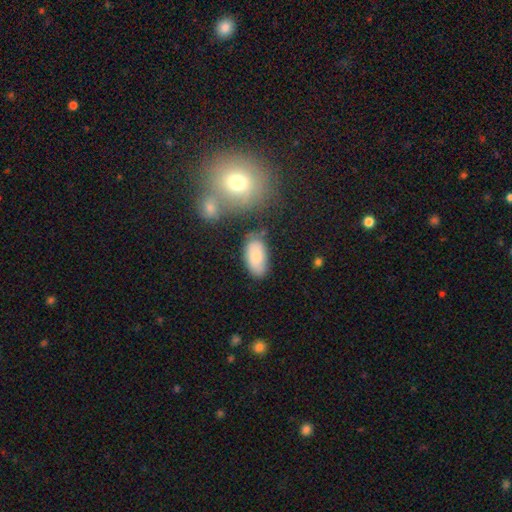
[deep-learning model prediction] Q: Smooth or featured?
A: smooth (76%); runner-up: featured or disk (16%)
Q: How rounded?
A: in between (94%); runner-up: round (3%)
Q: Merging?
A: none (67%); runner-up: minor disturbance (20%)